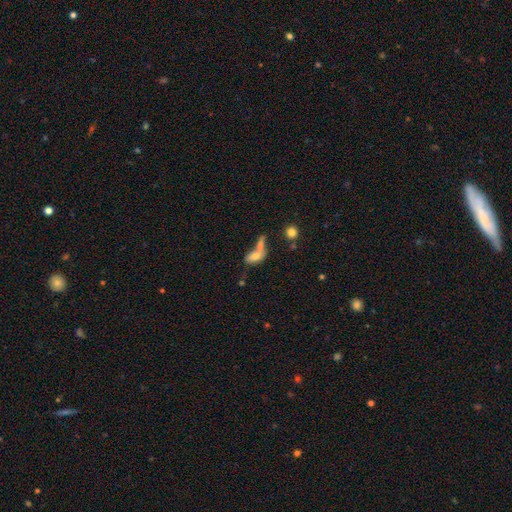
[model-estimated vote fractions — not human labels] The model was most divided on "merging": merger: 47%, none: 26%, major disturbance: 14%, minor disturbance: 13%. More confident: how rounded — in between (75%); smooth or featured — smooth (62%).